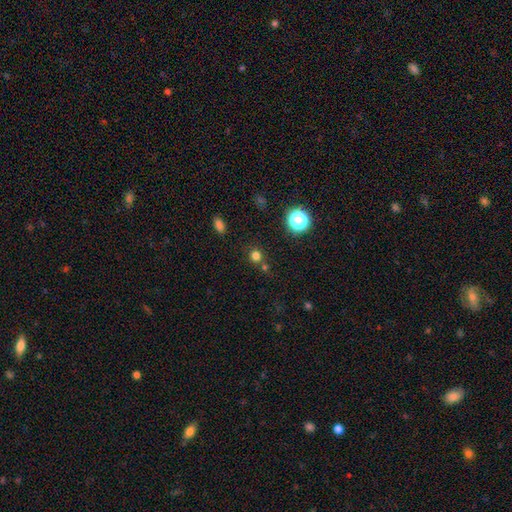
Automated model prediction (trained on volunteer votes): The model was most divided on "smooth or featured": smooth: 73%, star or artifact: 22%, featured or disk: 6%. More confident: how rounded — round (89%); merging — none (74%).